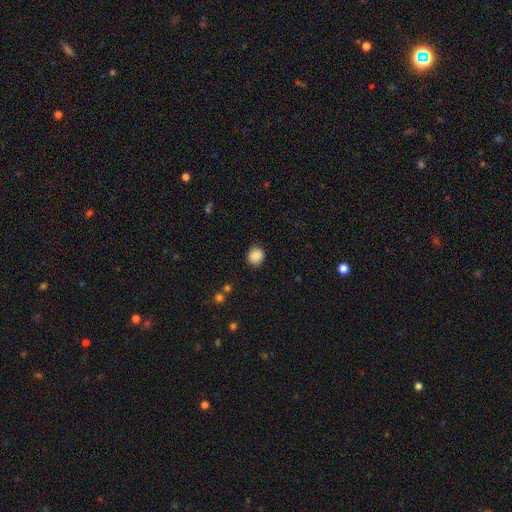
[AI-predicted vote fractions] smooth-or-featured: smooth: 88% | star or artifact: 9% | featured or disk: 3%
  how-rounded: round: 85% | in between: 14% | cigar-shaped: 1%
  merging: none: 87% | minor disturbance: 9% | major disturbance: 2% | merger: 1%